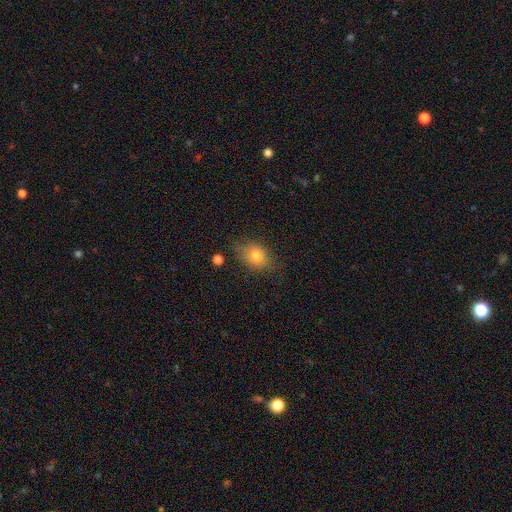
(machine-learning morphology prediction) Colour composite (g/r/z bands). It shows a smooth galaxy with no disk features (76%) that is in between round and cigar-shaped (71%). Merging: none (74%).